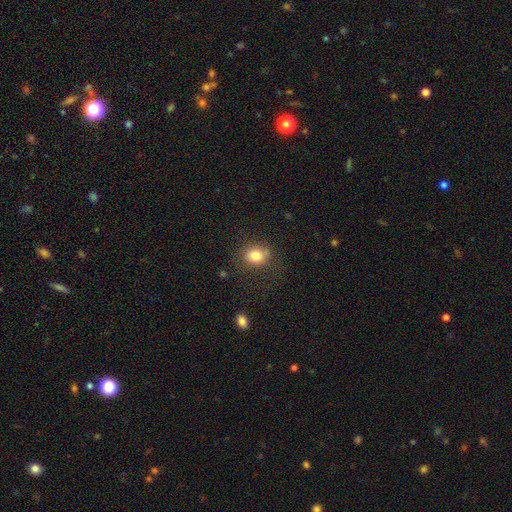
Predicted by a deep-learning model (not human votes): The model was most divided on "how rounded": round: 63%, in between: 36%, cigar-shaped: 1%. More confident: smooth or featured — smooth (81%); merging — none (74%).